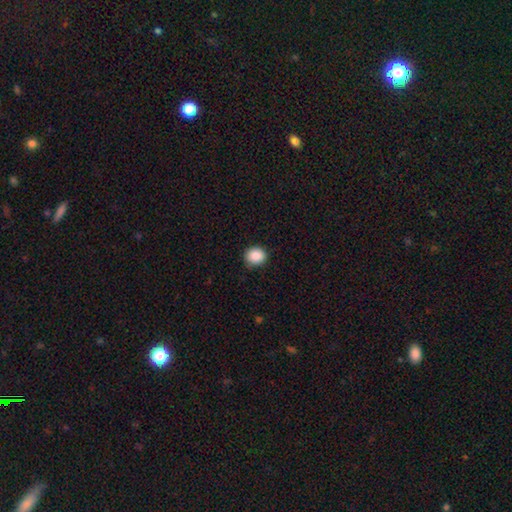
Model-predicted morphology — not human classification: smooth_or_featured: smooth (p=0.88) [alt: star or artifact p=0.09]
how_rounded: round (p=0.77) [alt: in between p=0.23]
merging: none (p=0.87) [alt: minor disturbance p=0.10]